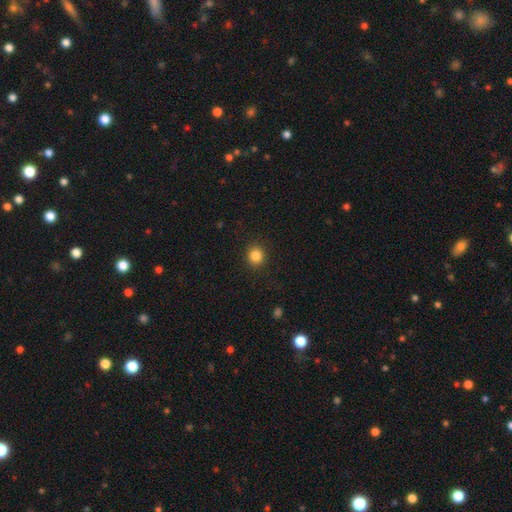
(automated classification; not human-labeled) Smooth or featured? smooth (85%)
How rounded? round (90%)
Merging? none (91%)